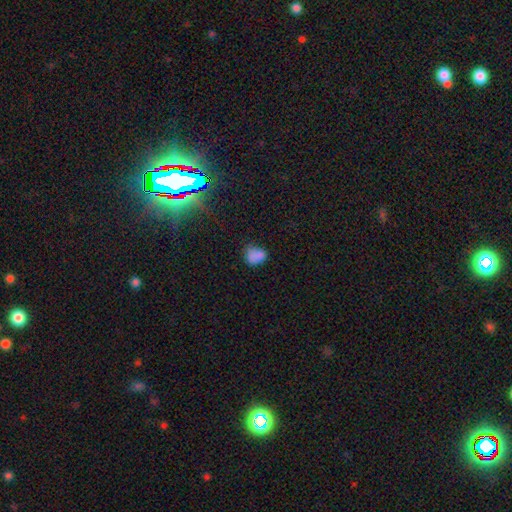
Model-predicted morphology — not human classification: The model was most divided on "how rounded": in between: 60%, round: 39%, cigar-shaped: 1%. More confident: smooth or featured — smooth (79%); merging — none (52%).